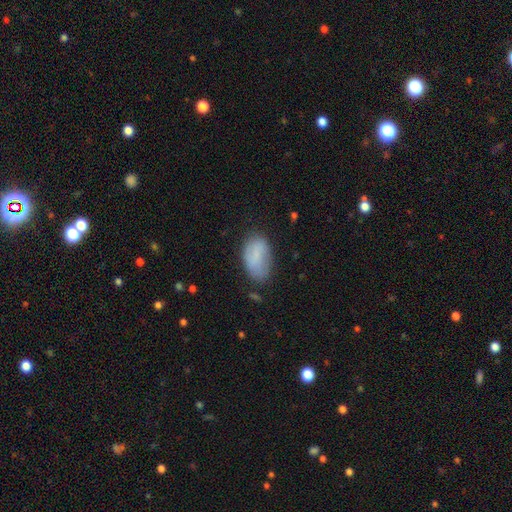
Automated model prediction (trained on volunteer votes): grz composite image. It shows a smooth galaxy with no disk features (78%) that is in between round and cigar-shaped (93%). Merging: none (59%).